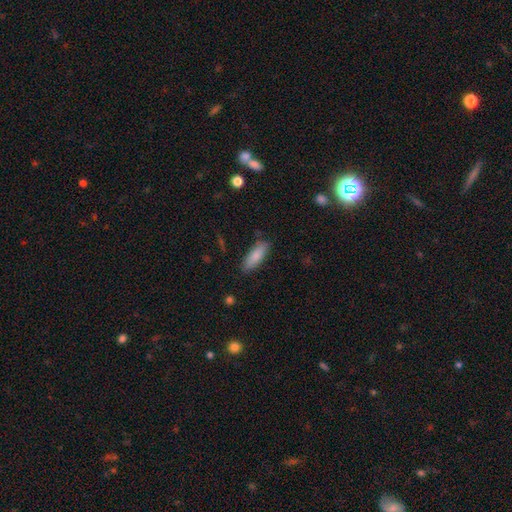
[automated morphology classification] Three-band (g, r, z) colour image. It shows a smooth galaxy with no disk features (84%) that is in between round and cigar-shaped (60%). Merging: none (83%).